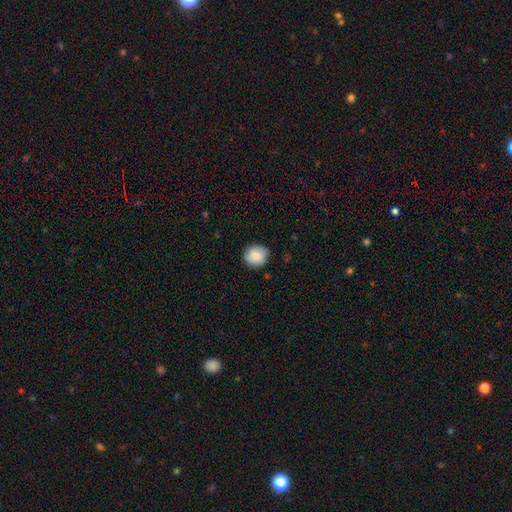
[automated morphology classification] smooth 81%, featured or disk 12%, star or artifact 7%. Down the decision tree: how rounded — round (84%); merging — none (84%).